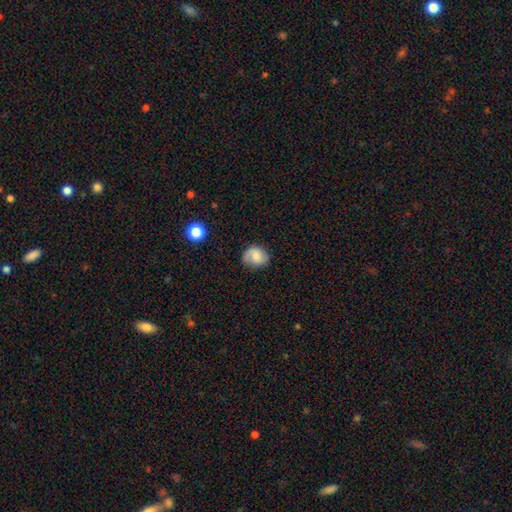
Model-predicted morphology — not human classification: This appears to be a smooth galaxy with no disk features (65%) that is round (62%). Merging: none (68%).